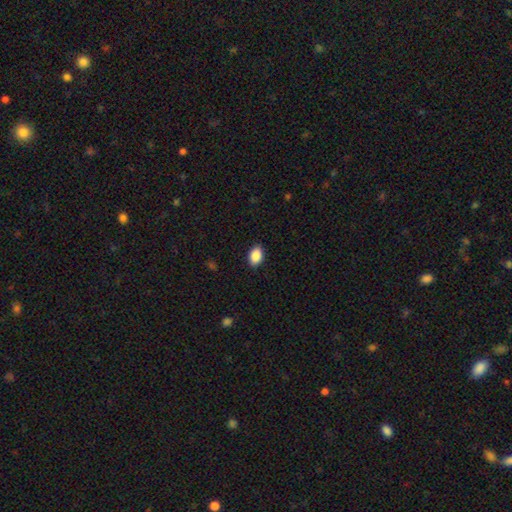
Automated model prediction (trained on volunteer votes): A smooth galaxy with no disk features (89%) that is in between round and cigar-shaped (88%). Merging: none (89%).